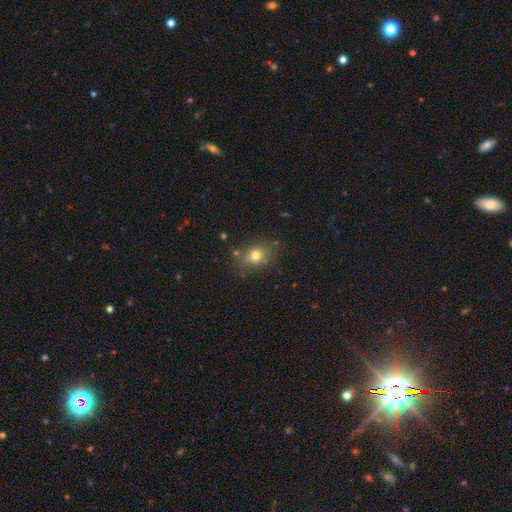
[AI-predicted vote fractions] A smooth galaxy with no disk features (74%) that is in between round and cigar-shaped (57%).

Vote fractions:
- Smooth or featured? smooth: 74% / star or artifact: 14% / featured or disk: 12%
- How rounded? in between: 57% / round: 42% / cigar-shaped: 2%
- Merging? none: 78% / minor disturbance: 14% / major disturbance: 4% / merger: 4%